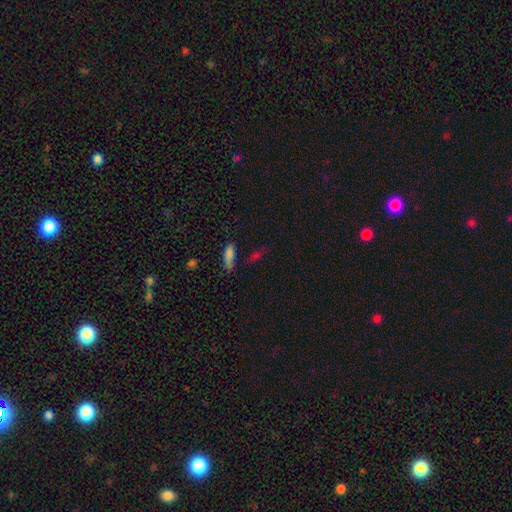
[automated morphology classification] smooth 58%, star or artifact 27%, featured or disk 15%. Down the decision tree: how rounded — cigar-shaped (46%, tied with in between); merging — none (65%).